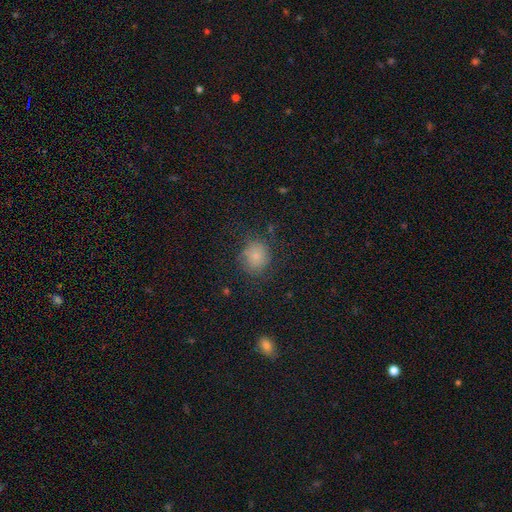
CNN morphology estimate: Smooth or featured? smooth (78%)
How rounded? round (78%)
Merging? none (73%)